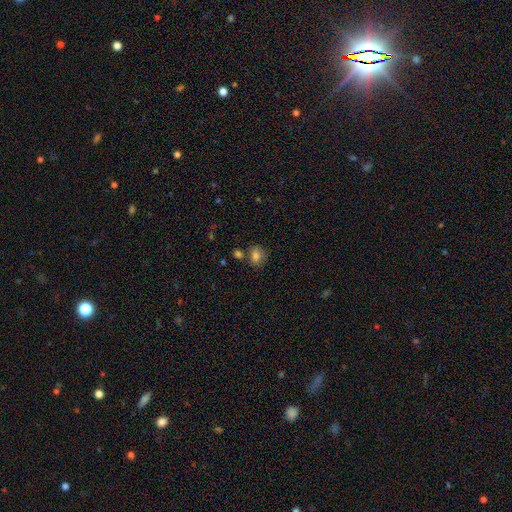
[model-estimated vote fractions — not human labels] smooth-or-featured: smooth: 81% | star or artifact: 12% | featured or disk: 8%
  how-rounded: round: 73% | in between: 26% | cigar-shaped: 1%
  merging: none: 73% | merger: 12% | minor disturbance: 12% | major disturbance: 3%